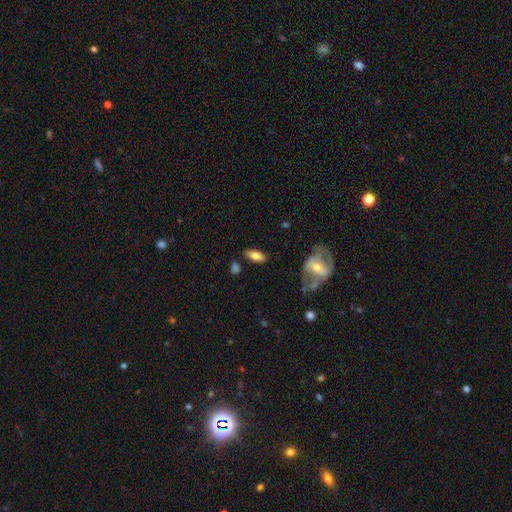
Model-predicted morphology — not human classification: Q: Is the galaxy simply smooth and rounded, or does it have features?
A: smooth — 75%.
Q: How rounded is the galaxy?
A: in between — 86%.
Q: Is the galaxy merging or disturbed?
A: none — 82%.